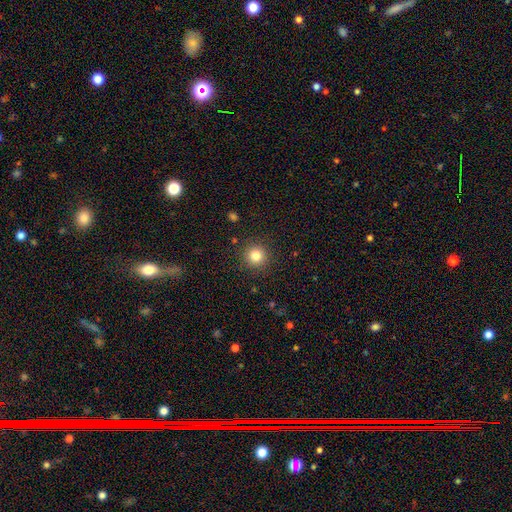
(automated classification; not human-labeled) Morphology: type=smooth (82%); roundness=round (95%); merging=none (91%).